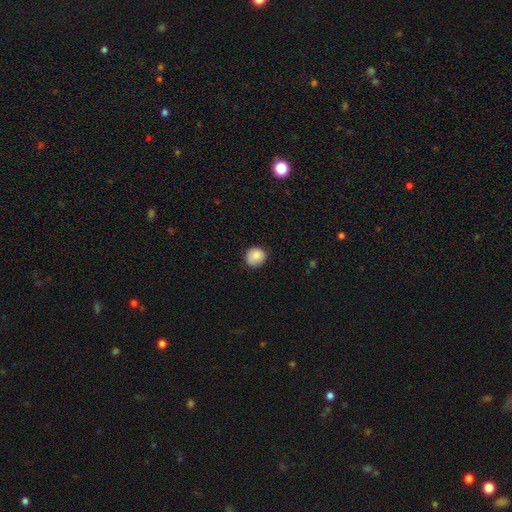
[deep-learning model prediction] Smooth or featured?
  - smooth: 86% *
  - star or artifact: 8%
  - featured or disk: 6%
How rounded?
  - round: 88% *
  - in between: 11%
  - cigar-shaped: 1%
Merging?
  - none: 81% *
  - minor disturbance: 15%
  - major disturbance: 3%
  - merger: 1%